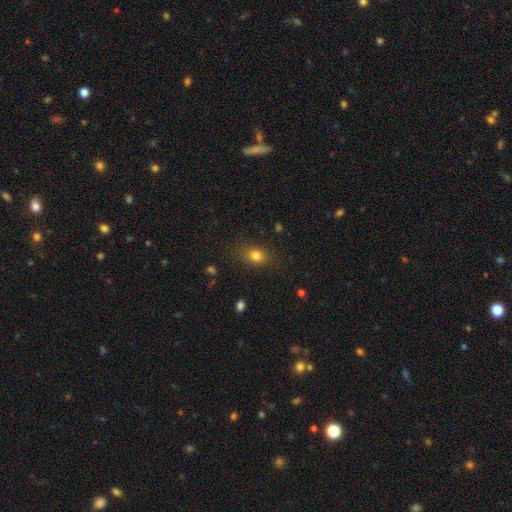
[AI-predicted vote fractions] Q: Smooth or featured?
A: smooth (80%); runner-up: star or artifact (12%)
Q: How rounded?
A: in between (54%); runner-up: round (45%)
Q: Merging?
A: none (83%); runner-up: minor disturbance (12%)